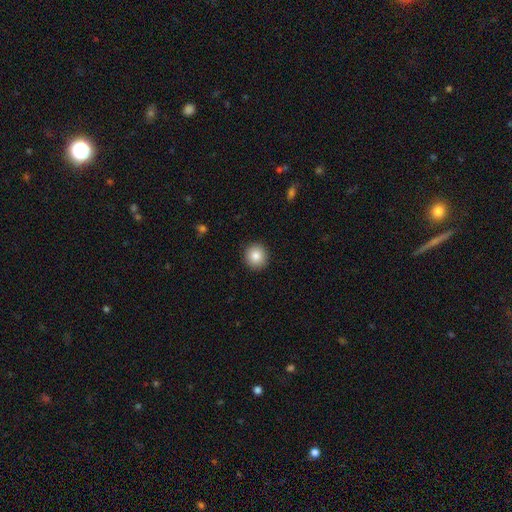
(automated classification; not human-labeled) A smooth galaxy with no disk features (85%) that is round (93%). Merging: none (92%).